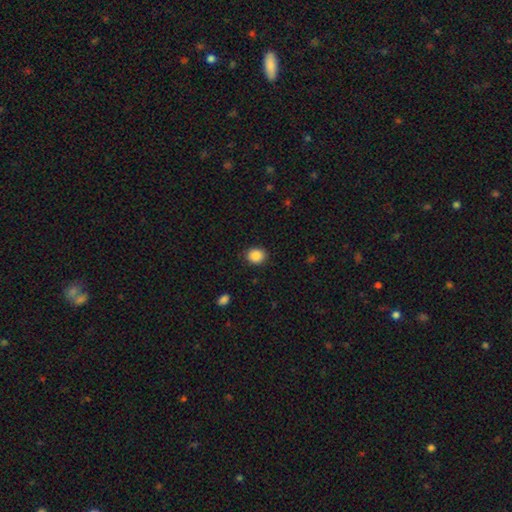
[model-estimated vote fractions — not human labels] Smooth or featured? smooth (88%)
How rounded? round (71%)
Merging? none (89%)